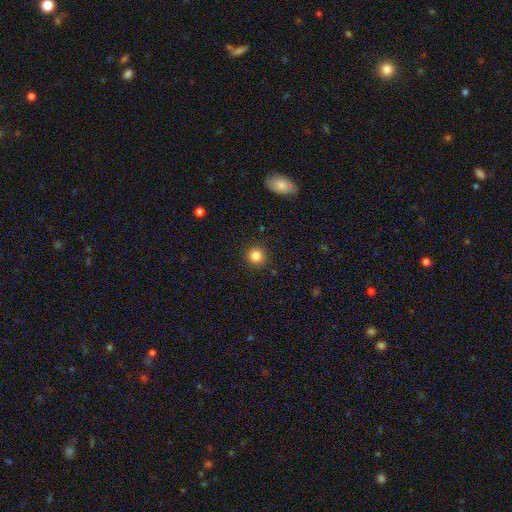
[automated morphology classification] This appears to be a smooth galaxy with no disk features (84%) that is round (93%). Merging: none (90%).